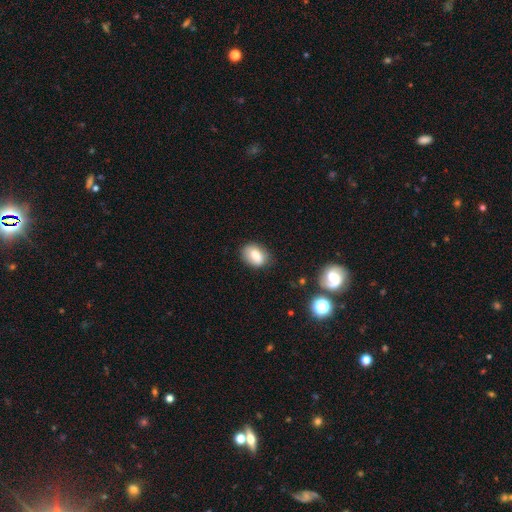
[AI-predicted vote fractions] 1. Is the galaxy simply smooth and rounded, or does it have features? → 78% smooth, 13% featured or disk, 9% star or artifact.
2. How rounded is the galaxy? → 76% in between, 23% round, 1% cigar-shaped.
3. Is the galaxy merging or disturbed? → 76% none, 18% minor disturbance, 4% major disturbance, 2% merger.